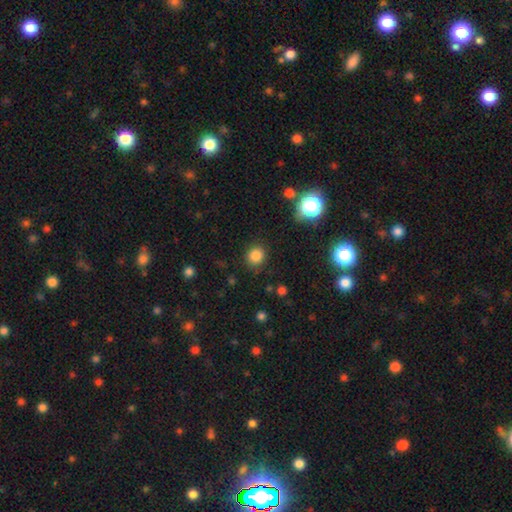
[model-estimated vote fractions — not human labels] Smooth or featured? smooth (84%)
How rounded? round (86%)
Merging? none (87%)